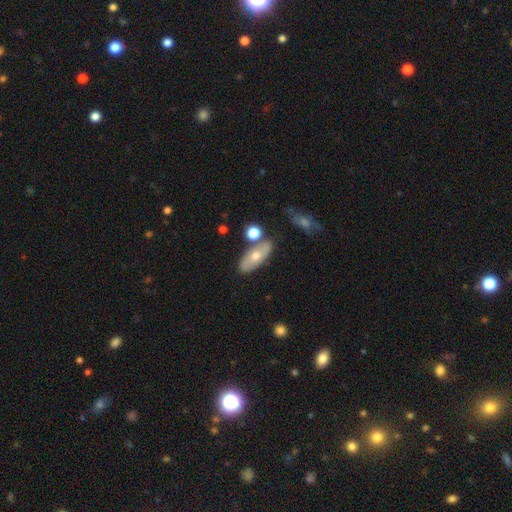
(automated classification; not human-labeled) This appears to be a smooth galaxy with no disk features (50%) that is in between round and cigar-shaped (79%). Merging: none (71%).